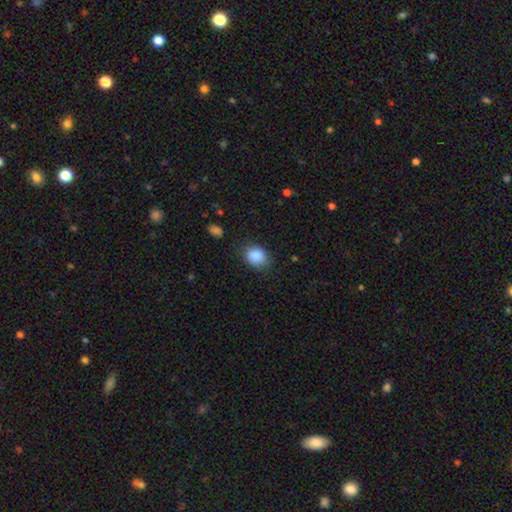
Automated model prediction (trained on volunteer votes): Smooth or featured? Predicted: smooth (p=0.88). How rounded? Predicted: round (p=0.54). Merging? Predicted: none (p=0.77).